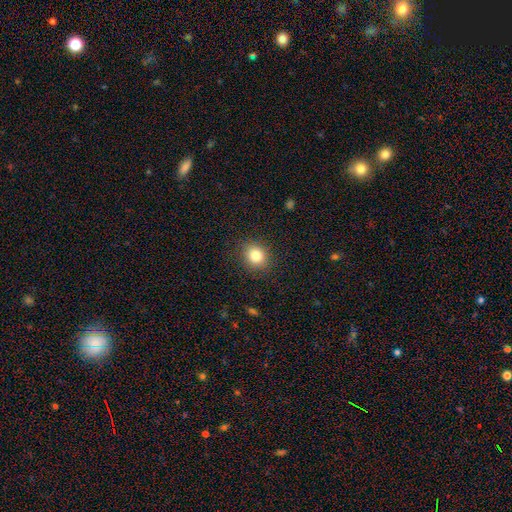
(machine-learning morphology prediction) A smooth galaxy with no disk features (83%) that is round (69%).

Vote fractions:
- Smooth or featured? smooth: 83% / star or artifact: 11% / featured or disk: 7%
- How rounded? round: 69% / in between: 30% / cigar-shaped: 1%
- Merging? none: 88% / minor disturbance: 8% / major disturbance: 3% / merger: 1%